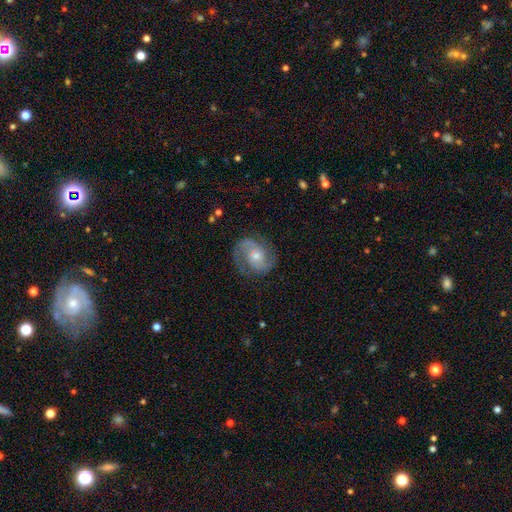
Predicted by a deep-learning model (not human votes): This is clearly a featured or disk galaxy (85%). It is clearly not viewed edge-on (98%). Bar: possibly no (59%). Spiral arm pattern: clearly yes (97%). Spiral arm count: clearly 2 (89%). Spiral winding: possibly medium (49%). Central bulge: possibly moderate (53%). Merging: clearly none (80%).